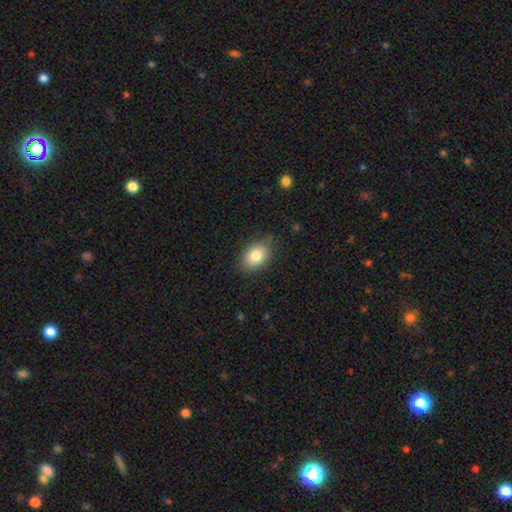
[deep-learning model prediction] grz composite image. It shows a smooth galaxy with no disk features (81%) that is in between round and cigar-shaped (79%). Merging: none (77%).